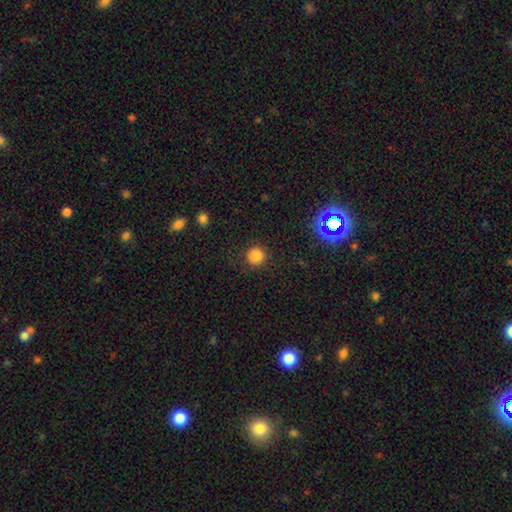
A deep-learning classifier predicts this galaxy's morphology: This is clearly a smooth galaxy (82%). How rounded: clearly round (92%). Merging: clearly none (87%).